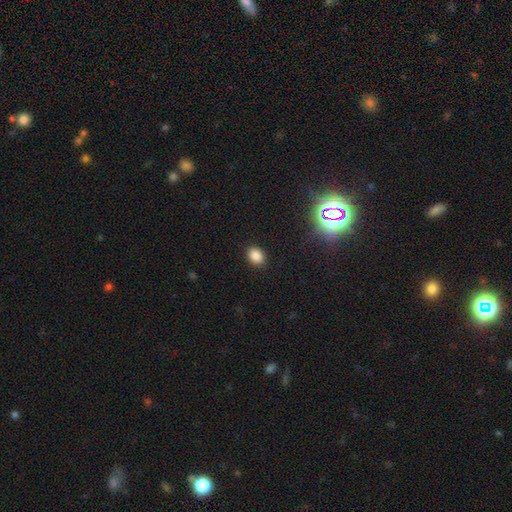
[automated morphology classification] A smooth galaxy with no disk features (85%) that is in between round and cigar-shaped (68%). Merging: none (90%).